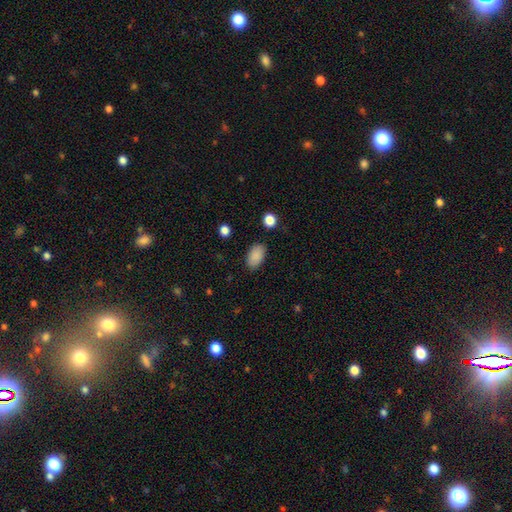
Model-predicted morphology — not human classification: The model was most divided on "merging": none: 86%, minor disturbance: 10%, major disturbance: 3%, merger: 1%. More confident: how rounded — in between (93%); smooth or featured — smooth (89%).